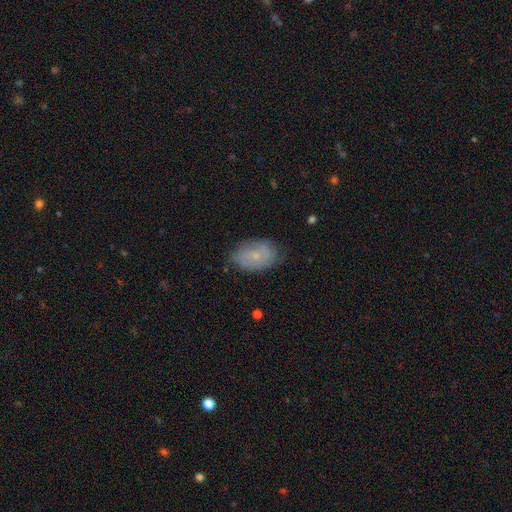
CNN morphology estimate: Smooth or featured? smooth (47%)
Merging? none (72%)